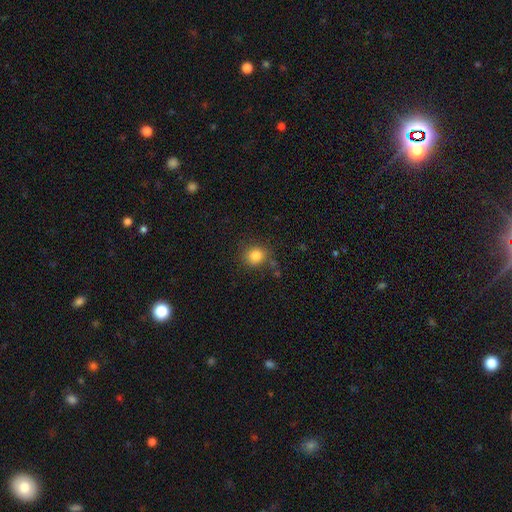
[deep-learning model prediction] Smooth or featured? Predicted: smooth (p=0.83). How rounded? Predicted: round (p=0.77). Merging? Predicted: none (p=0.80).